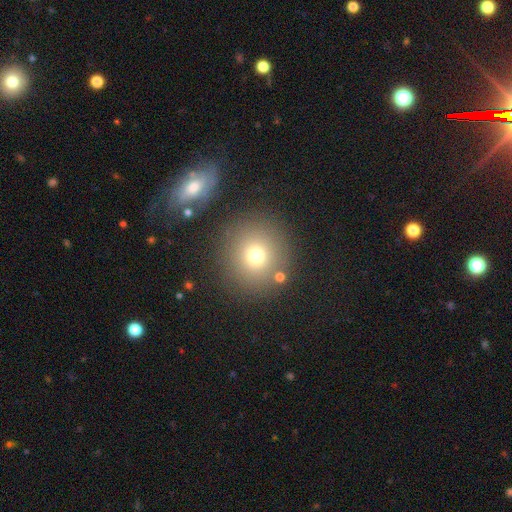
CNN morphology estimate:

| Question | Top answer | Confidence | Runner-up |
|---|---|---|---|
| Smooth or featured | smooth | 72% | star or artifact (16%) |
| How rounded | round | 91% | in between (8%) |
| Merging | none | 83% | minor disturbance (8%) |